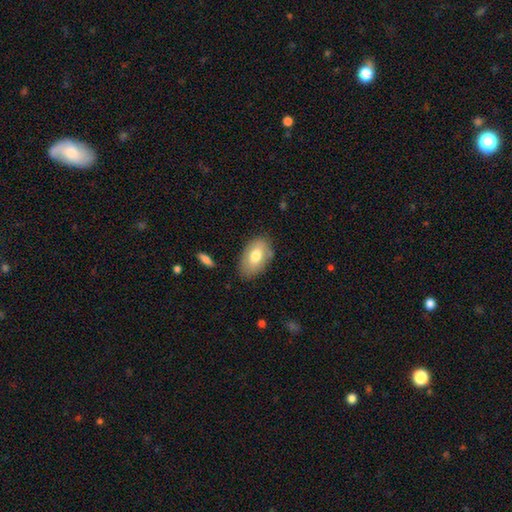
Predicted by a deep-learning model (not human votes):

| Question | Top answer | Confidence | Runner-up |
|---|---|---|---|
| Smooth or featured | smooth | 71% | featured or disk (22%) |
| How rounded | in between | 92% | round (6%) |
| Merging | none | 78% | minor disturbance (16%) |